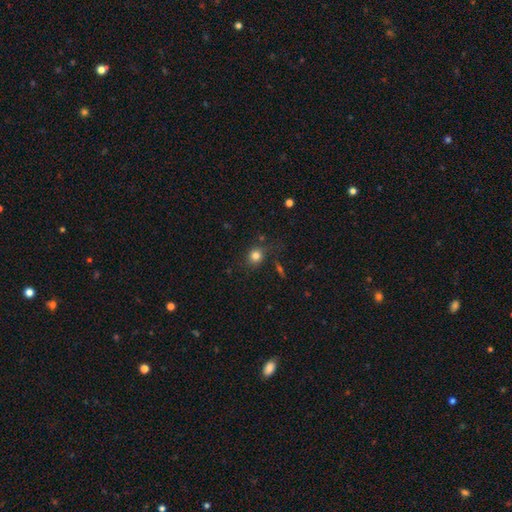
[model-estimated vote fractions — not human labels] Smooth or featured? smooth (80%)
How rounded? round (78%)
Merging? none (77%)